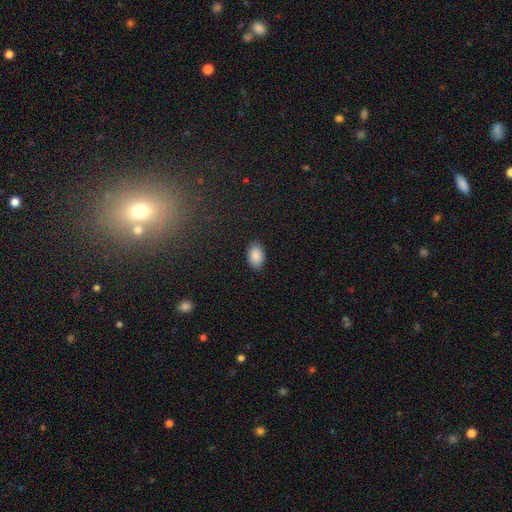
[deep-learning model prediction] A smooth galaxy with no disk features (90%) that is in between round and cigar-shaped (90%).

Vote fractions:
- Smooth or featured? smooth: 90% / star or artifact: 7% / featured or disk: 3%
- How rounded? in between: 90% / round: 9% / cigar-shaped: 1%
- Merging? none: 89% / minor disturbance: 8% / major disturbance: 2% / merger: 1%